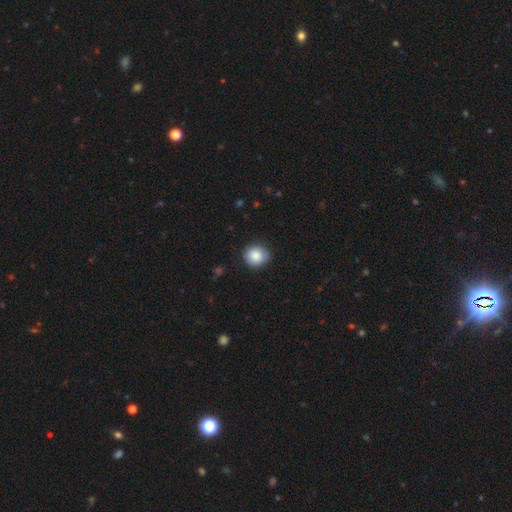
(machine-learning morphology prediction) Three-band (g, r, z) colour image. It shows a smooth galaxy with no disk features (86%) that is round (87%). Merging: none (85%).